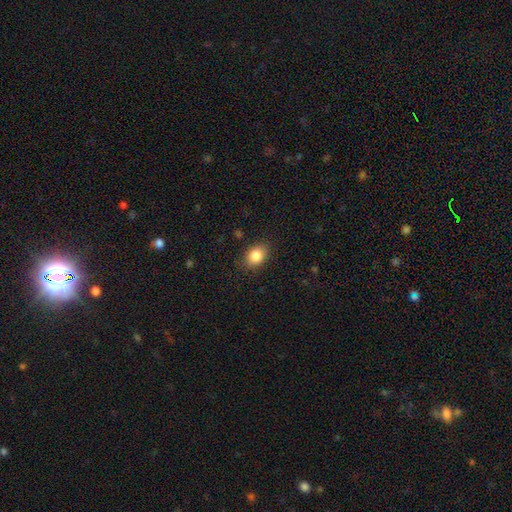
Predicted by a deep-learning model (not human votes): Smooth or featured: smooth — 85% (star or artifact — 9%)
How rounded: in between — 71% (round — 28%)
Merging: none — 84% (minor disturbance — 12%)